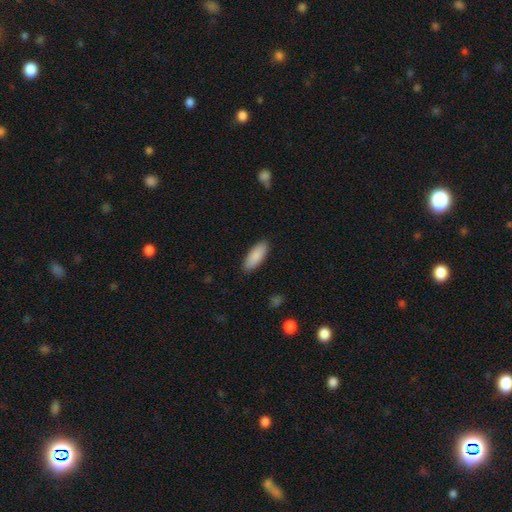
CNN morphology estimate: Smooth or featured?
  - smooth: 89% *
  - star or artifact: 5%
  - featured or disk: 5%
How rounded?
  - in between: 74% *
  - cigar-shaped: 25%
  - round: 2%
Merging?
  - none: 89% *
  - minor disturbance: 8%
  - major disturbance: 2%
  - merger: 1%